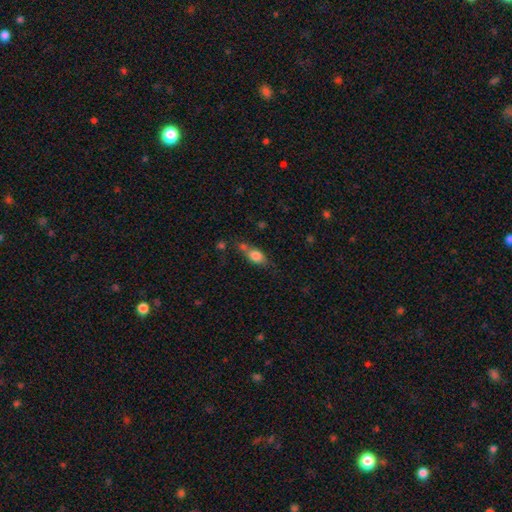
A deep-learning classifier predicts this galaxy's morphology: Smooth or featured?
  - smooth: 76% *
  - featured or disk: 15%
  - star or artifact: 9%
How rounded?
  - in between: 77% *
  - round: 12%
  - cigar-shaped: 11%
Merging?
  - none: 47% *
  - merger: 24%
  - minor disturbance: 21%
  - major disturbance: 8%